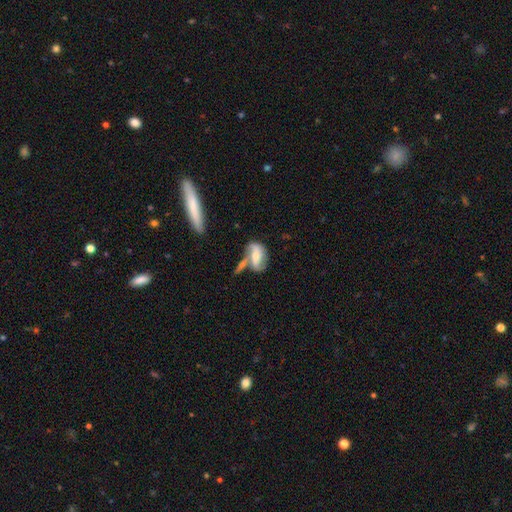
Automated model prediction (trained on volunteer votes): A featured or disk galaxy (62%) with no bar (41%), spiral arms (80%) and a moderate central bulge (46%). Merging: merger (34%).